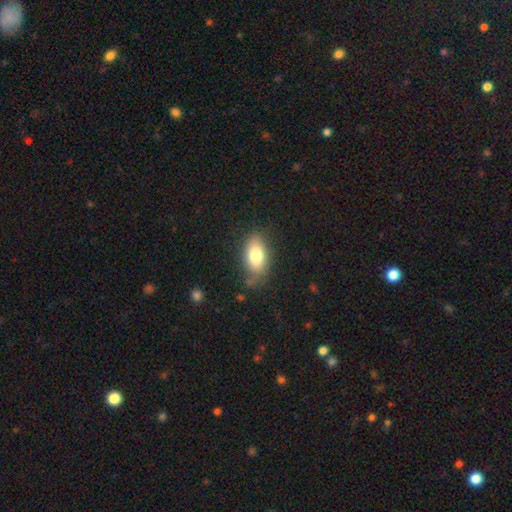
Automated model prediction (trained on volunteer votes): The model was most divided on "merging": none: 72%, minor disturbance: 20%, major disturbance: 5%, merger: 3%. More confident: how rounded — in between (89%); smooth or featured — smooth (78%).